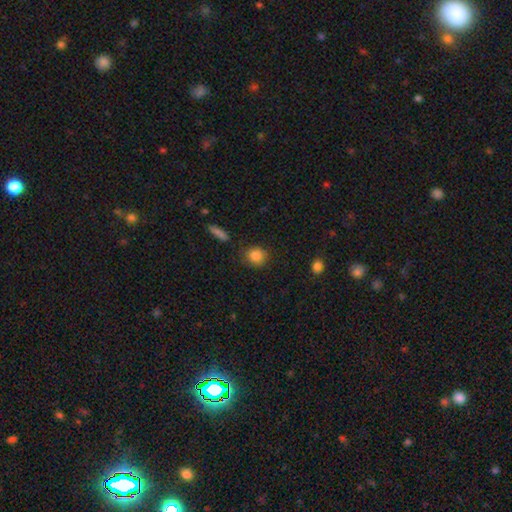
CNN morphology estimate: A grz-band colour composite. It shows a smooth galaxy with no disk features (86%) that is round (81%). Merging: none (81%).